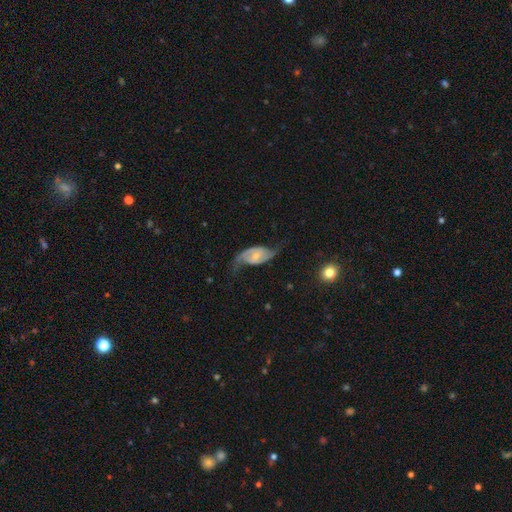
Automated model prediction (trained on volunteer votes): Smooth or featured? featured or disk (83%)
Edge-on disk? no (96%)
Bar? no (47%)
Spiral arms? yes (94%)
Spiral winding? loose (50%)
Spiral arm count? 2 (90%)
Bulge size? small (56%)
Merging? none (61%)